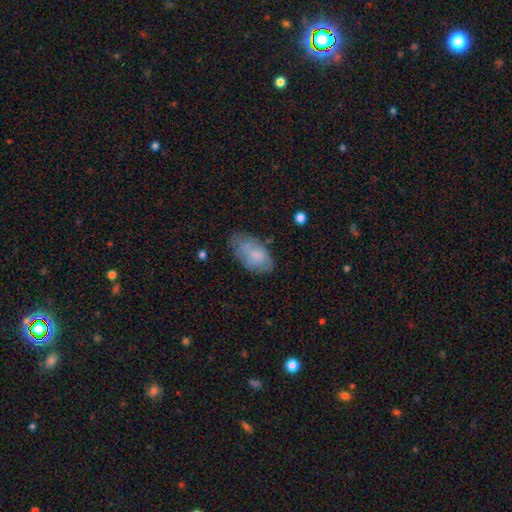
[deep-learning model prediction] Overall: smooth (71%). How rounded: in between (94%). Merging: none (58%; minor disturbance 29%).